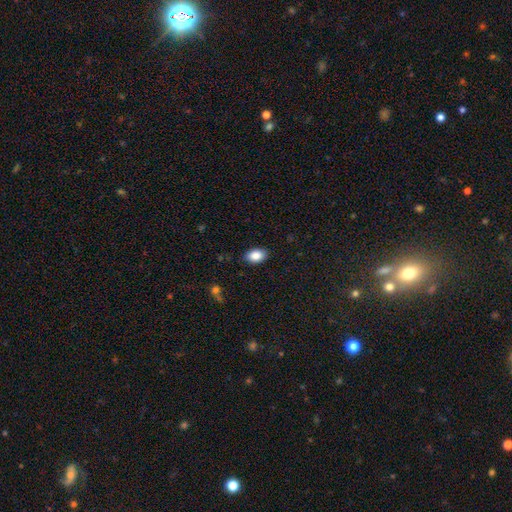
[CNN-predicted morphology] Smooth or featured? Predicted: smooth (p=0.87). How rounded? Predicted: in between (p=0.86). Merging? Predicted: none (p=0.87).